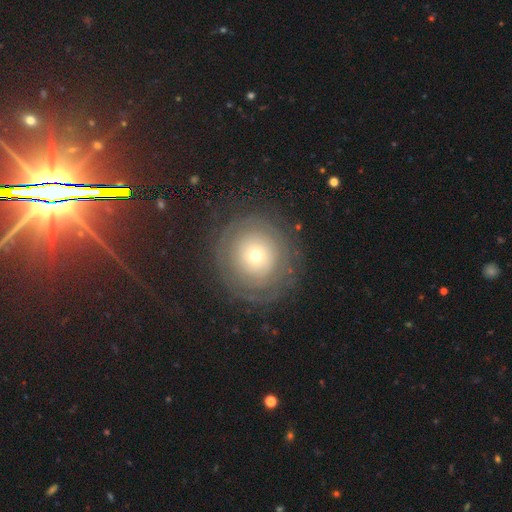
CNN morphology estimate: A featured or disk galaxy (49%). Merging: none (80%).